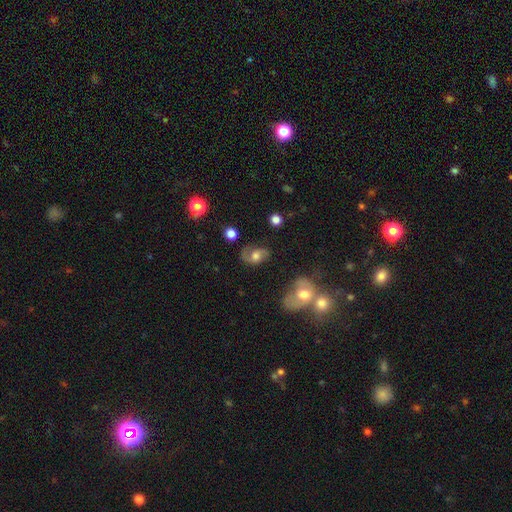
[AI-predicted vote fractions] This appears to be a featured or disk galaxy (56%) with no bar (67%), spiral arms (82%) and a moderate central bulge (57%). Merging: none (55%).